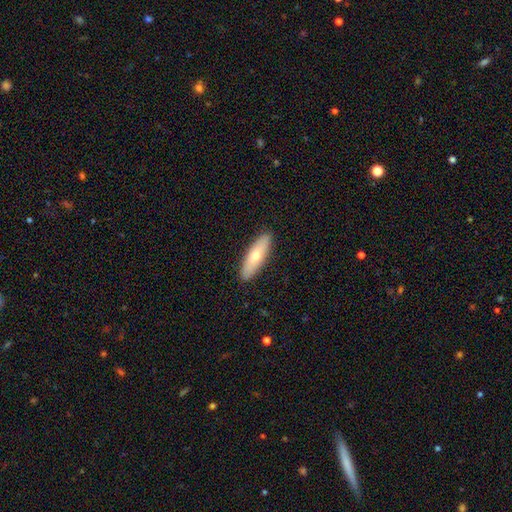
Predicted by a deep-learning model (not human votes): A smooth galaxy with no disk features (62%) that is cigar-shaped (54%).

Vote fractions:
- Smooth or featured? smooth: 62% / featured or disk: 32% / star or artifact: 6%
- How rounded? cigar-shaped: 54% / in between: 44% / round: 2%
- Merging? none: 91% / minor disturbance: 7% / major disturbance: 2% / merger: 1%